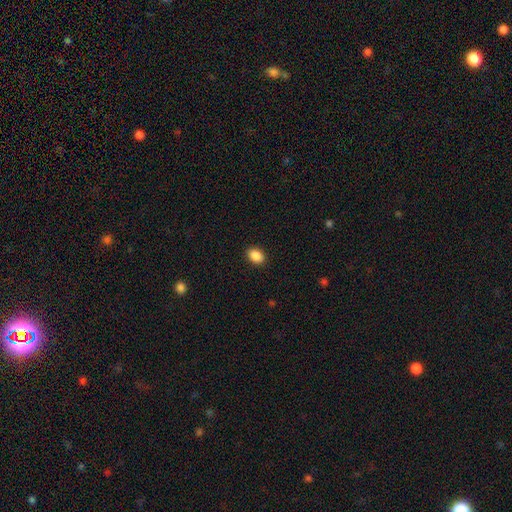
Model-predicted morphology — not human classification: A smooth galaxy with no disk features (89%) that is in between round and cigar-shaped (80%). Merging: none (90%).